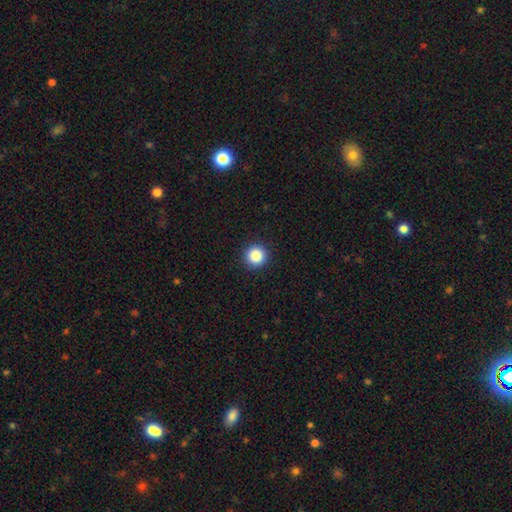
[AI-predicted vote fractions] Smooth or featured? Predicted: smooth (p=0.87). How rounded? Predicted: round (p=0.96). Merging? Predicted: none (p=0.92).